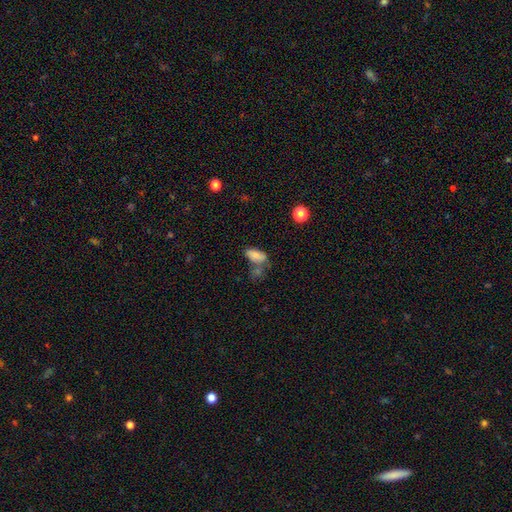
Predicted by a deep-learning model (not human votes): This is clearly a smooth galaxy (81%). How rounded: clearly in between (89%). Merging: marginally none (41%).